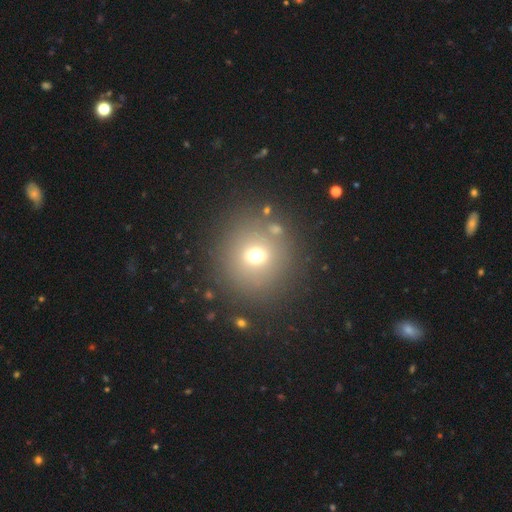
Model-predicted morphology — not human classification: The model was most divided on "smooth or featured": smooth: 65%, star or artifact: 20%, featured or disk: 14%. More confident: how rounded — round (91%); merging — none (81%).